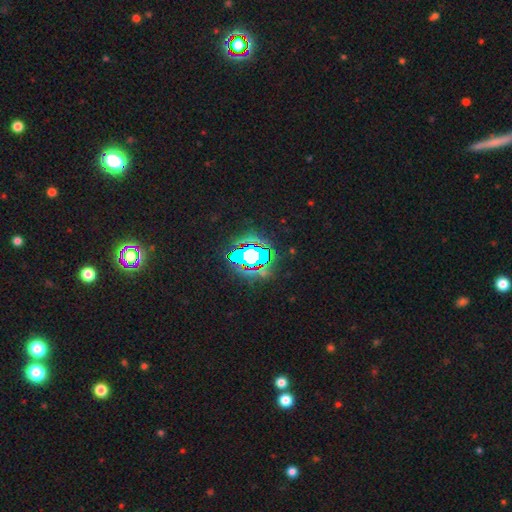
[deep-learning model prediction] This is likely a star or artifact rather than a galaxy (61%).